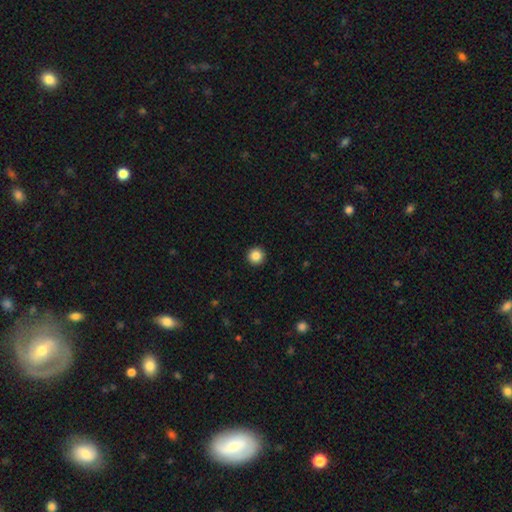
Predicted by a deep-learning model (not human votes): smooth-or-featured: smooth: 86% | star or artifact: 10% | featured or disk: 4%
  how-rounded: round: 96% | in between: 3% | cigar-shaped: 1%
  merging: none: 94% | minor disturbance: 4% | major disturbance: 1% | merger: 1%